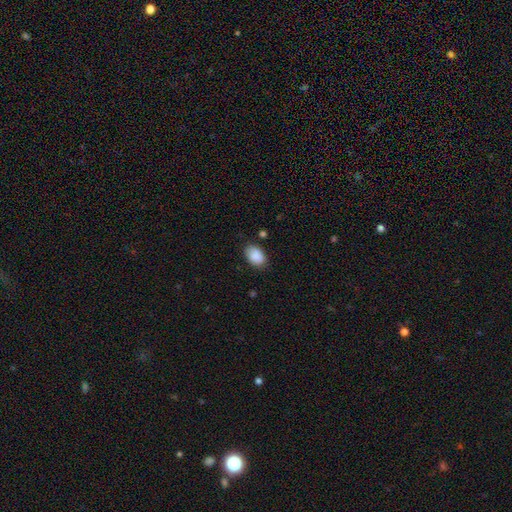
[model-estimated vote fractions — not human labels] smooth_or_featured: smooth (p=0.89) [alt: star or artifact p=0.07]
how_rounded: in between (p=0.87) [alt: round p=0.12]
merging: none (p=0.82) [alt: minor disturbance p=0.14]